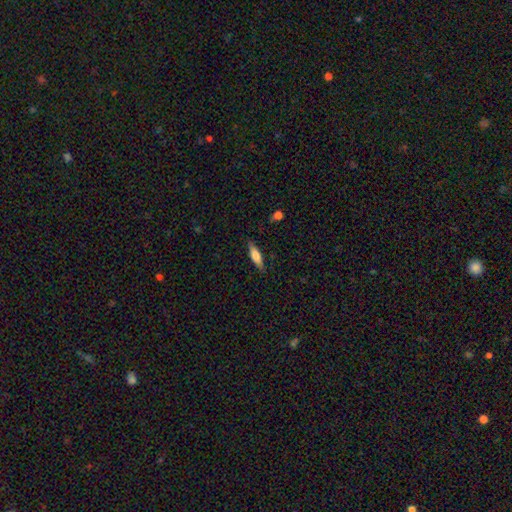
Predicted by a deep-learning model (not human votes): Smooth or featured?
  - smooth: 65% *
  - featured or disk: 29%
  - star or artifact: 7%
How rounded?
  - cigar-shaped: 61% *
  - in between: 37%
  - round: 2%
Merging?
  - none: 84% *
  - minor disturbance: 12%
  - major disturbance: 3%
  - merger: 1%